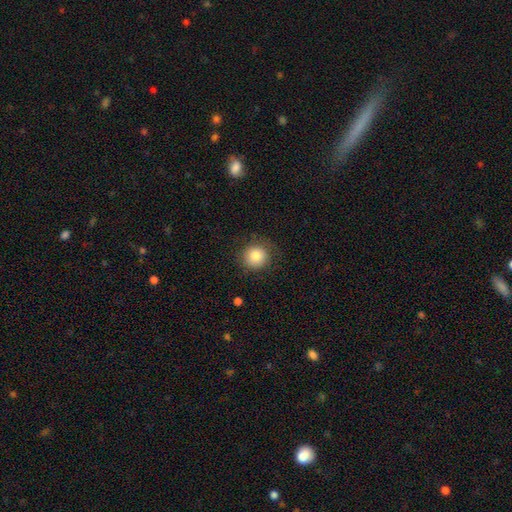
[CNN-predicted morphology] This is clearly a smooth galaxy (82%). How rounded: clearly round (92%). Merging: clearly none (82%).